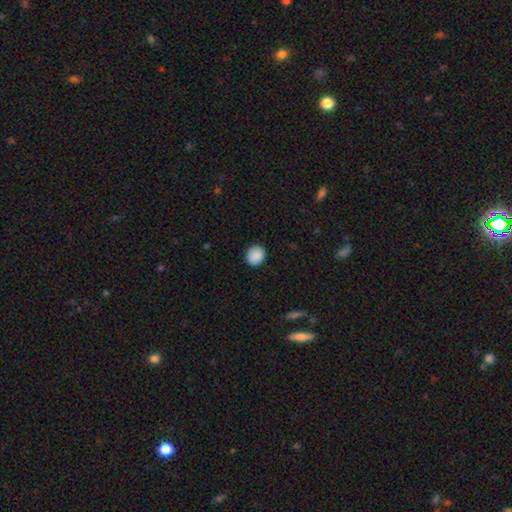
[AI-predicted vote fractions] A smooth galaxy with no disk features (89%) that is round (76%).

Vote fractions:
- Smooth or featured? smooth: 89% / star or artifact: 8% / featured or disk: 3%
- How rounded? round: 76% / in between: 23% / cigar-shaped: 1%
- Merging? none: 87% / minor disturbance: 10% / major disturbance: 2% / merger: 1%